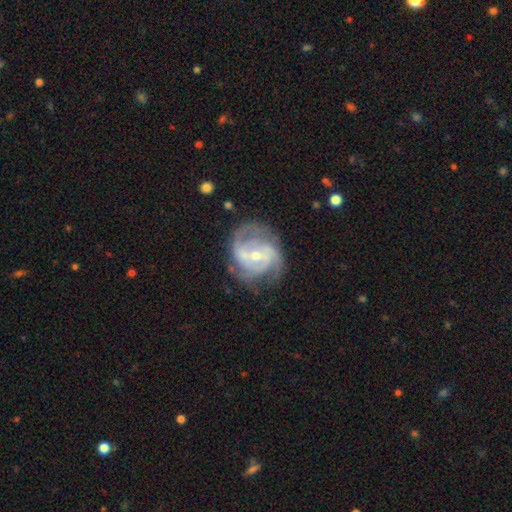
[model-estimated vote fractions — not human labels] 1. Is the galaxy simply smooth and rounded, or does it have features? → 87% featured or disk, 7% smooth, 6% star or artifact.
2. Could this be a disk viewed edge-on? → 97% no, 3% yes.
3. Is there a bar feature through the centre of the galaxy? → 42% weak, 38% no, 20% strong.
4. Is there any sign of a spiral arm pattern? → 95% yes, 5% no.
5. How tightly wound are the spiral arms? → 47% medium, 39% tight, 14% loose.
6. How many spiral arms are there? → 40% 2, 30% 3, 16% can't tell, 7% 4, 4% 1, 4% more than 4.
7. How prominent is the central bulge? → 57% small, 40% moderate, 1% large, 1% none, 1% dominant.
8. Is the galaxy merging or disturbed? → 67% none, 20% minor disturbance, 11% major disturbance, 2% merger.